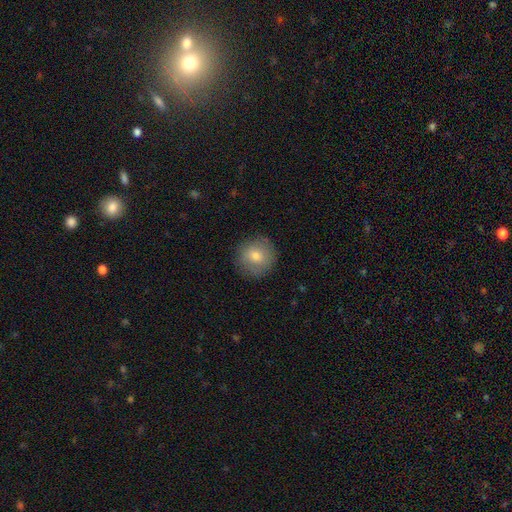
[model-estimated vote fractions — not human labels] Overall: smooth (75%). How rounded: round (93%). Merging: none (86%).